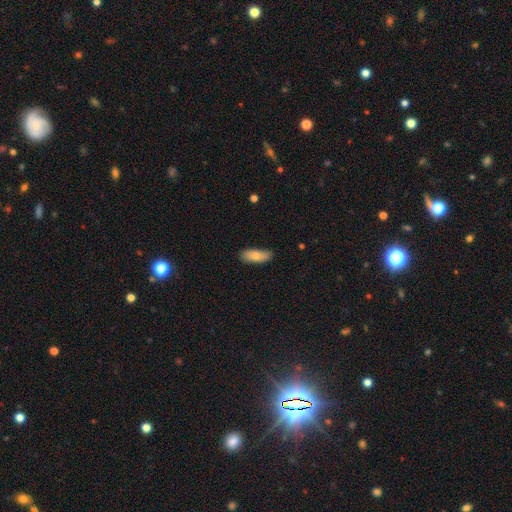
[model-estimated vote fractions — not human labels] Q: Smooth or featured?
A: smooth (81%); runner-up: featured or disk (13%)
Q: How rounded?
A: in between (71%); runner-up: cigar-shaped (27%)
Q: Merging?
A: none (80%); runner-up: minor disturbance (16%)